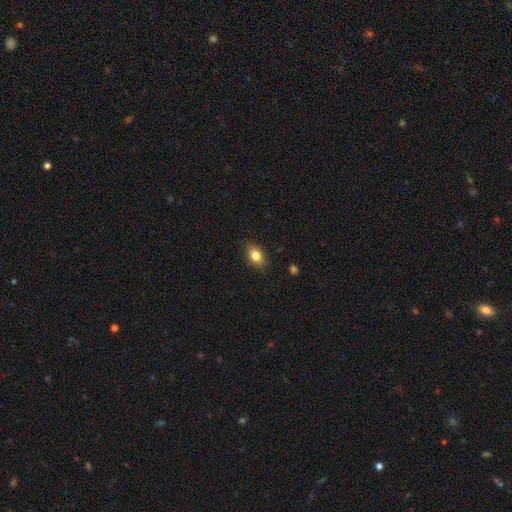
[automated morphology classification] Smooth or featured? smooth (83%)
How rounded? in between (80%)
Merging? none (86%)